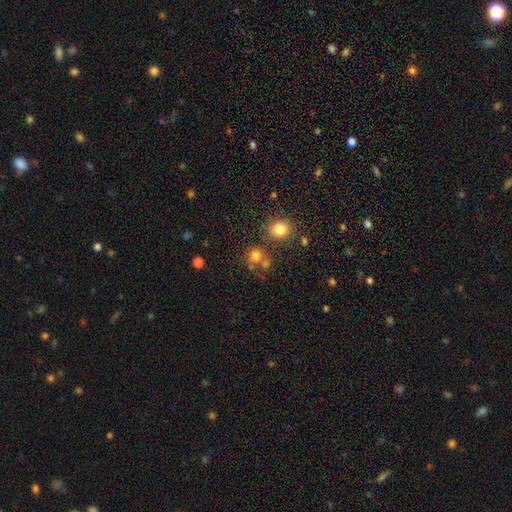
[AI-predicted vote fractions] Q: Smooth or featured?
A: smooth (75%); runner-up: star or artifact (16%)
Q: How rounded?
A: round (84%); runner-up: in between (15%)
Q: Merging?
A: none (56%); runner-up: merger (28%)